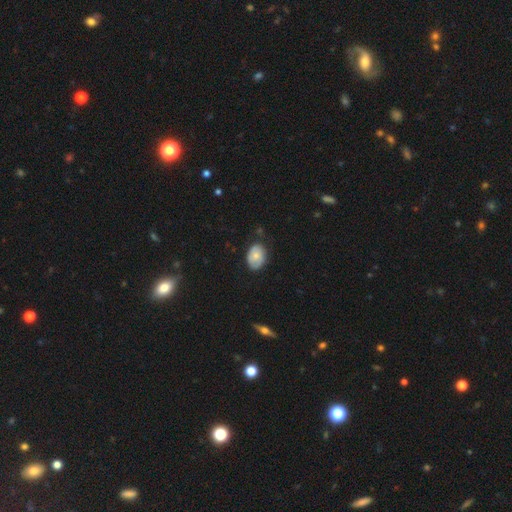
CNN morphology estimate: Smooth or featured: smooth — 70% (featured or disk — 23%)
How rounded: in between — 79% (round — 20%)
Merging: none — 70% (minor disturbance — 24%)